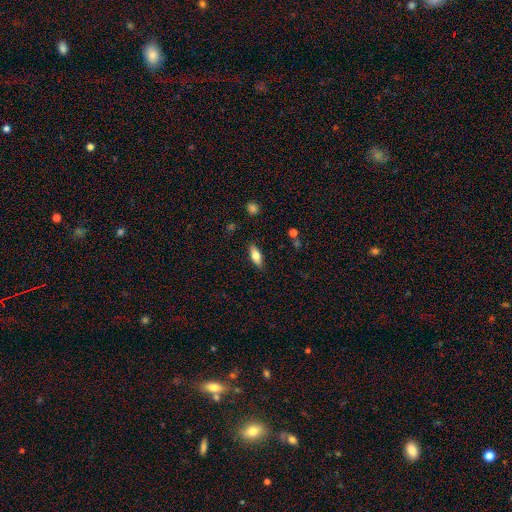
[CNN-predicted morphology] This is likely a smooth galaxy (71%). How rounded: likely in between (75%). Merging: clearly none (86%).